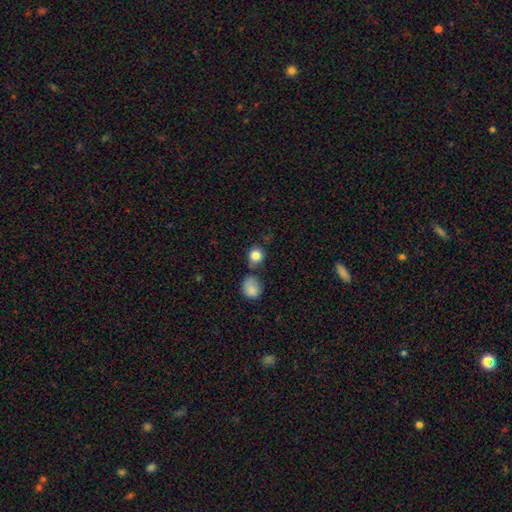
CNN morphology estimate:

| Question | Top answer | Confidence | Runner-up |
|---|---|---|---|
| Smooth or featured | smooth | 83% | star or artifact (10%) |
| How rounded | round | 84% | in between (15%) |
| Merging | none | 63% | merger (18%) |